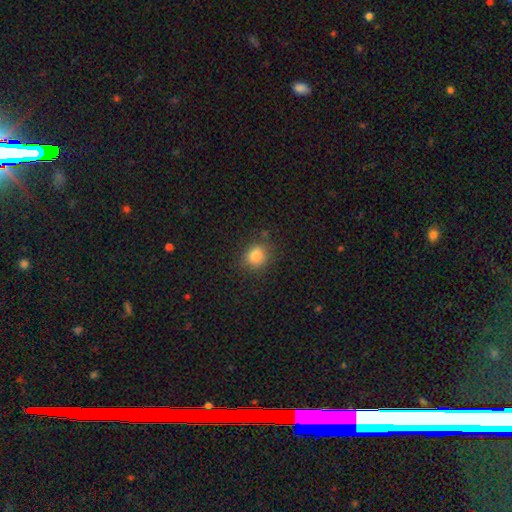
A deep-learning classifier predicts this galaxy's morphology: Q: Smooth or featured?
A: smooth (82%); runner-up: star or artifact (11%)
Q: How rounded?
A: round (70%); runner-up: in between (29%)
Q: Merging?
A: none (82%); runner-up: minor disturbance (12%)